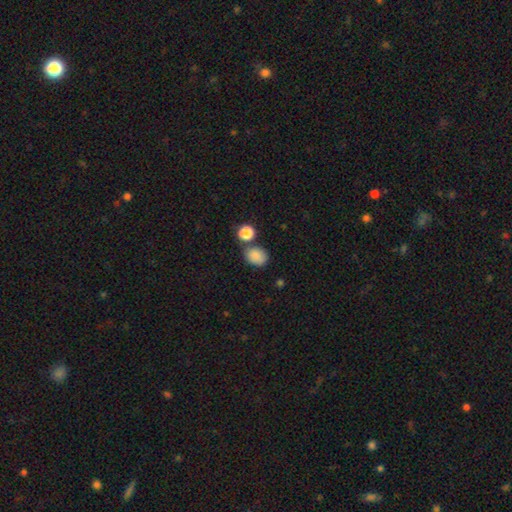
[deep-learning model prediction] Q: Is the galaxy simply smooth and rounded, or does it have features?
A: smooth — 85%.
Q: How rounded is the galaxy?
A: in between — 57%.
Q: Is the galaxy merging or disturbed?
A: none — 65%.